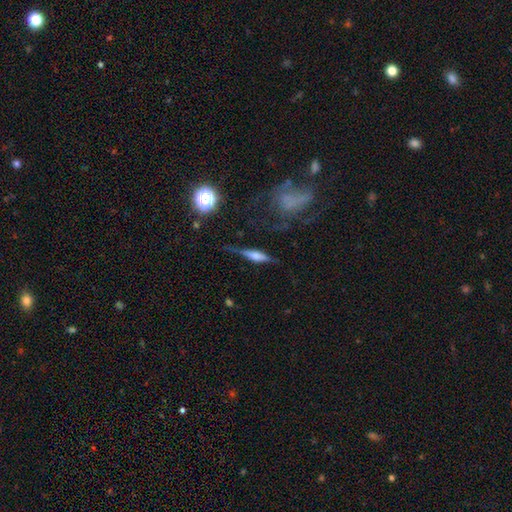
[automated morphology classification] Smooth or featured? featured or disk (60%)
Edge-on disk? yes (92%)
Edge-on bulge? rounded (66%)
Merging? none (67%)